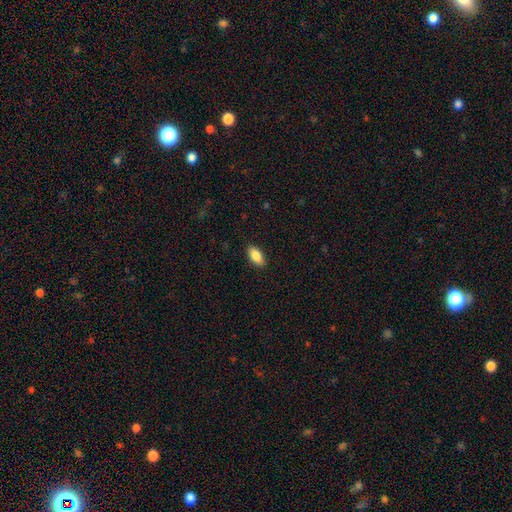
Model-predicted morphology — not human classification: type=smooth (86%); roundness=in between (91%); merging=none (89%).